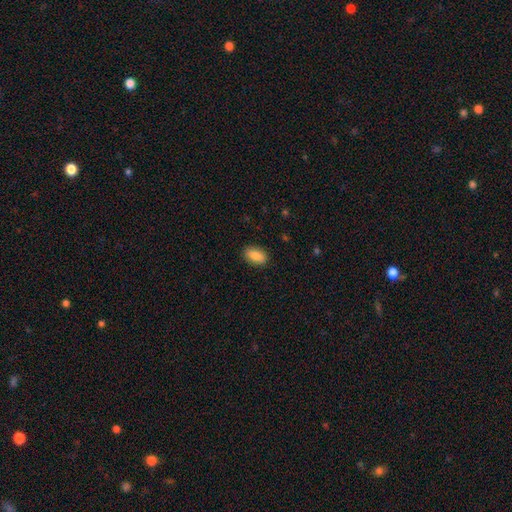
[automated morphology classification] smooth_or_featured: smooth (p=0.87) [alt: star or artifact p=0.07]
how_rounded: in between (p=0.91) [alt: round p=0.06]
merging: none (p=0.88) [alt: minor disturbance p=0.08]